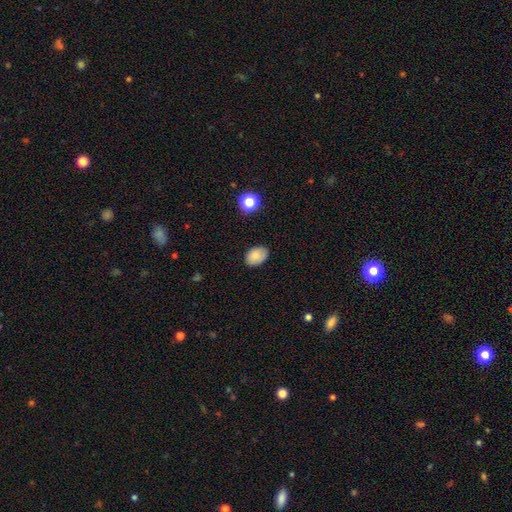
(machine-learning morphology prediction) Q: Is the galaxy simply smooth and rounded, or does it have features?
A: smooth — 84%.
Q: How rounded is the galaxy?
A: in between — 81%.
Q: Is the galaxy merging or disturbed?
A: none — 83%.